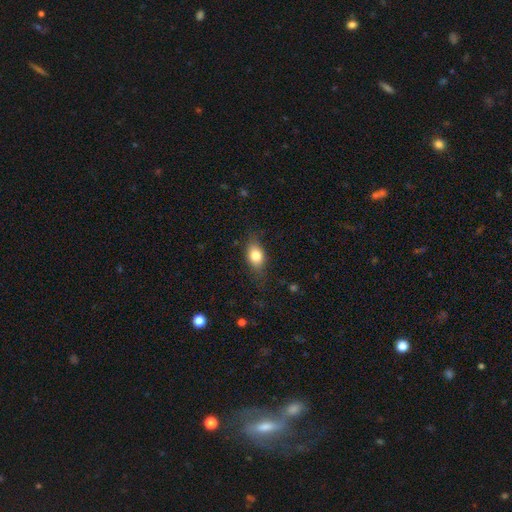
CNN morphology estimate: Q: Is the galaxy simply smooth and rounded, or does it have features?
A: smooth — 80%.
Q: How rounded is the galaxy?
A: in between — 79%.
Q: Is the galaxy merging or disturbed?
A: none — 75%.